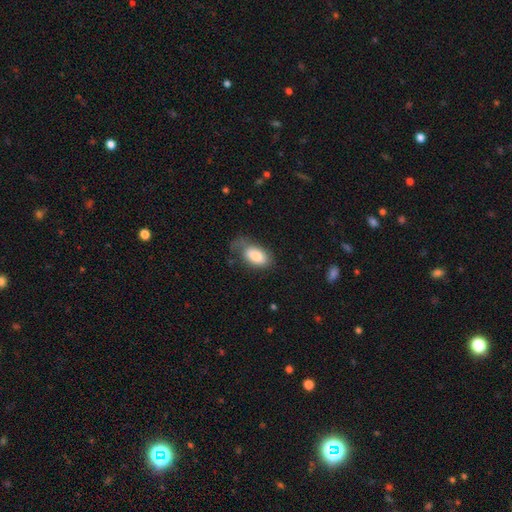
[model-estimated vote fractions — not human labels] Smooth or featured? Predicted: smooth (p=0.81). How rounded? Predicted: in between (p=0.93). Merging? Predicted: none (p=0.44).